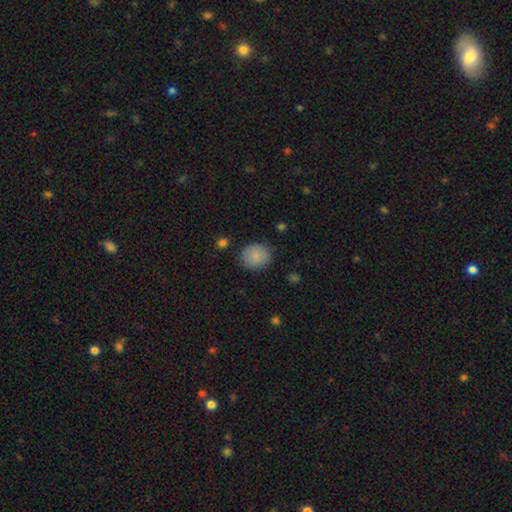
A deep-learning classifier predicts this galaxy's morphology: smooth-or-featured: smooth: 85% | featured or disk: 7% | star or artifact: 7%
  how-rounded: round: 71% | in between: 28% | cigar-shaped: 1%
  merging: none: 83% | minor disturbance: 12% | major disturbance: 3% | merger: 2%